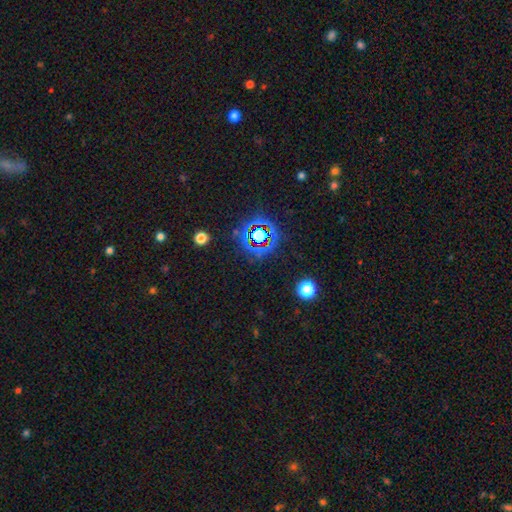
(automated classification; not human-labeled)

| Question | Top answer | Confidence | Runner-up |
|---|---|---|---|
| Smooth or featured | star or artifact | 62% | smooth (26%) |